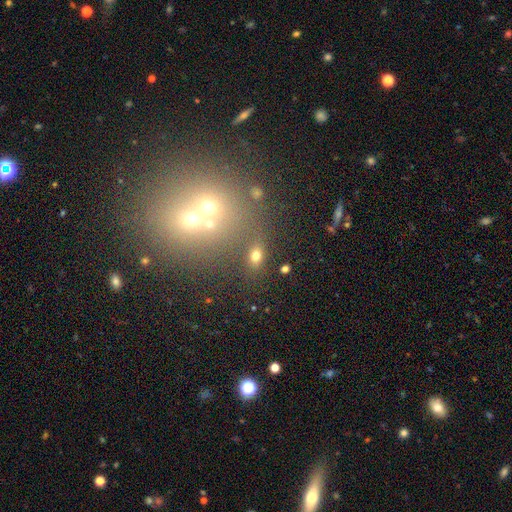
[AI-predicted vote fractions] smooth-or-featured: smooth: 68% | star or artifact: 20% | featured or disk: 12%
  how-rounded: in between: 74% | round: 23% | cigar-shaped: 4%
  merging: none: 71% | merger: 12% | minor disturbance: 12% | major disturbance: 6%